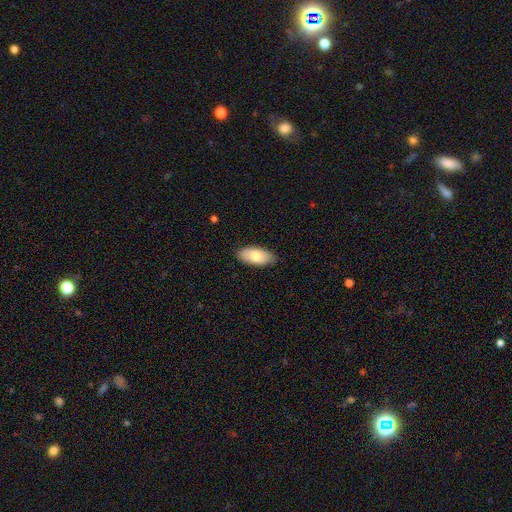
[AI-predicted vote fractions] The model was most divided on "smooth or featured": smooth: 76%, featured or disk: 18%, star or artifact: 6%. More confident: how rounded — in between (92%); merging — none (86%).